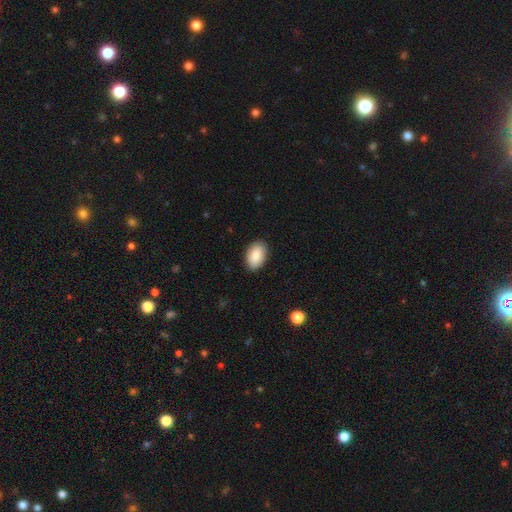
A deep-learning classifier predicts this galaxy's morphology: type=smooth (88%); roundness=in between (93%); merging=none (86%).